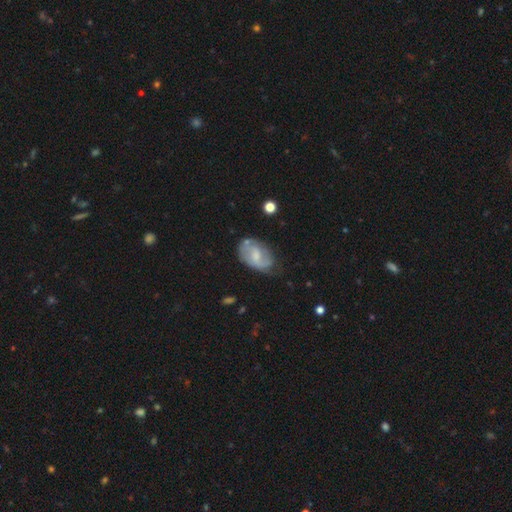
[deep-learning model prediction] A featured or disk galaxy (54%) with a weak bar (49%), spiral arms (73%) and a small central bulge (44%). Merging: none (57%).